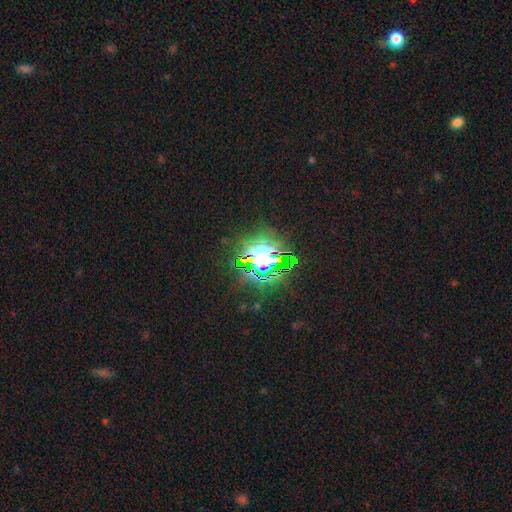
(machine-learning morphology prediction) A star or artifact, not a galaxy (83%).

Vote fractions:
- Smooth or featured? star or artifact: 83% / smooth: 10% / featured or disk: 7%